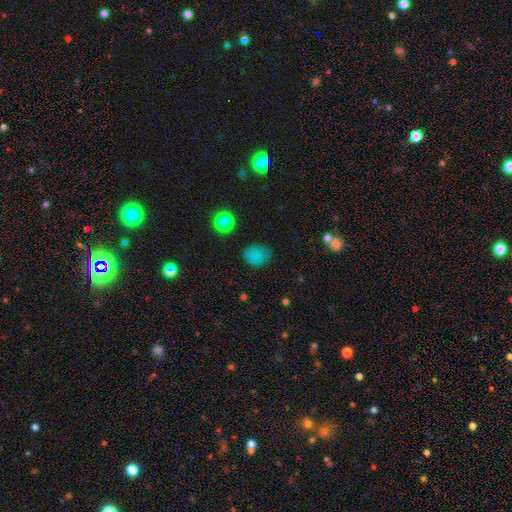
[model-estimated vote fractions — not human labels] This is likely a smooth galaxy (79%). How rounded: possibly round (50%). Merging: likely none (71%).